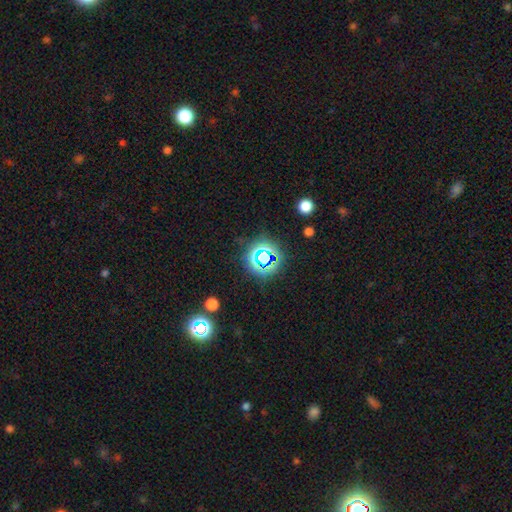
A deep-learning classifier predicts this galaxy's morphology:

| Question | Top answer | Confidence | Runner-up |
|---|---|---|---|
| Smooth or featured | star or artifact | 71% | smooth (20%) |